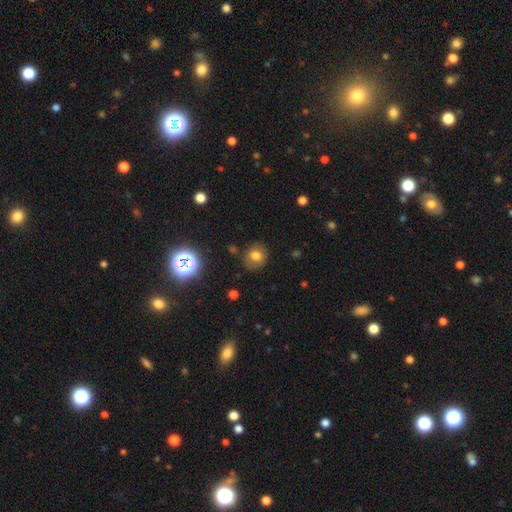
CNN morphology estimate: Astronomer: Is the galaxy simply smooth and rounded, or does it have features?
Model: smooth — 73%.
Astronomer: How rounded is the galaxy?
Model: round — 76%.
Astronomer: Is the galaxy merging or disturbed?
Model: none — 79%.